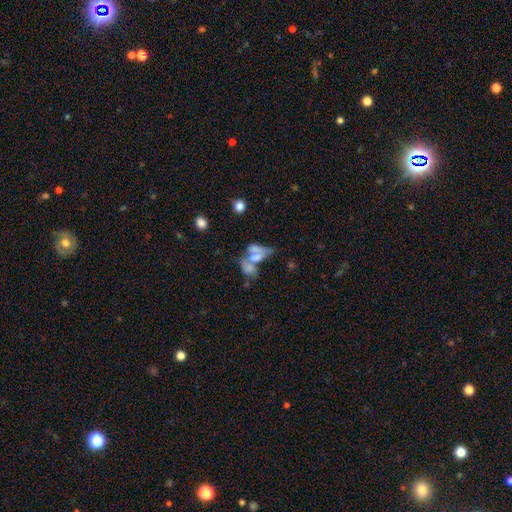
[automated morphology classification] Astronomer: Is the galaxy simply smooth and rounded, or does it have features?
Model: smooth — 54% (runner-up: featured or disk, 33%).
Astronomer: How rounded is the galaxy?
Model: in between — 80%.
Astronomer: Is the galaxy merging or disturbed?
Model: merger — 66%.